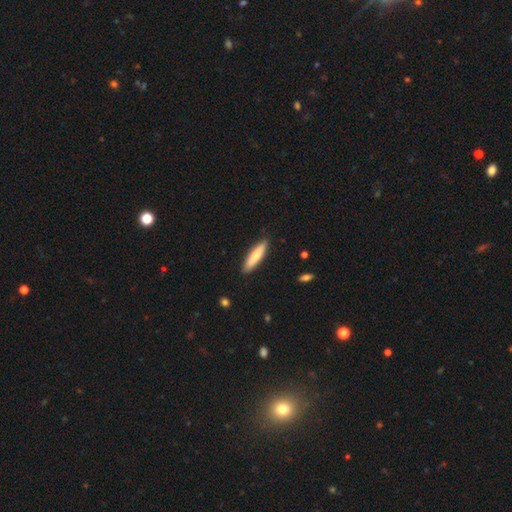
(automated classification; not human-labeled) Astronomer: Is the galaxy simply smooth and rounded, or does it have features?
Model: smooth — 72%.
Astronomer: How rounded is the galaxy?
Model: cigar-shaped — 77%.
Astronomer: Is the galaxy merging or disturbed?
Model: none — 89%.